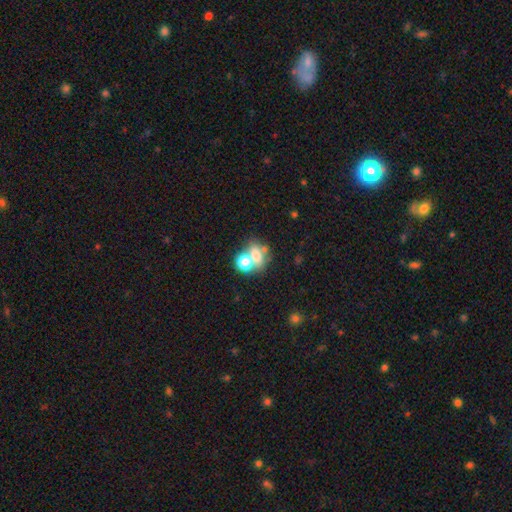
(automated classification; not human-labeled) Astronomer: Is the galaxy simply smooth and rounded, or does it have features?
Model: smooth — 63%.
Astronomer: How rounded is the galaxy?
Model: in between — 54% (runner-up: round, 44%).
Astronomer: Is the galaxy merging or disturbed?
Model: merger — 51% (runner-up: none, 33%).